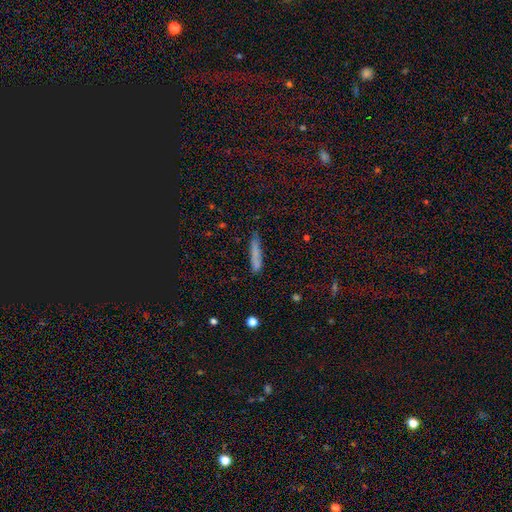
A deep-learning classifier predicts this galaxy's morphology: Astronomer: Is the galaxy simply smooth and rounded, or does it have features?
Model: smooth — 77%.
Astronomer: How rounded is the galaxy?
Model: cigar-shaped — 91%.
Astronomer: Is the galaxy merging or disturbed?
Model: none — 75%.